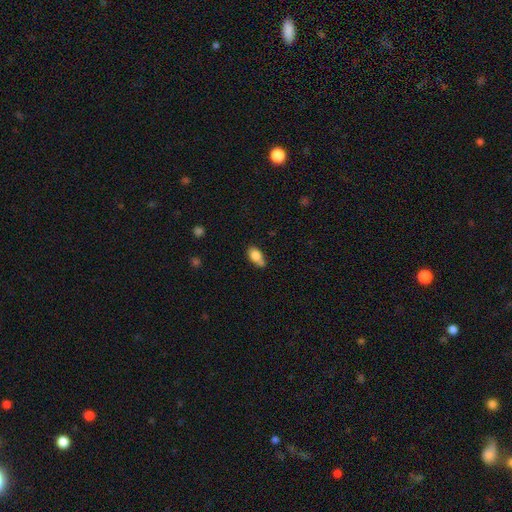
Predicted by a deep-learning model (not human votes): smooth_or_featured: smooth (p=0.81) [alt: featured or disk p=0.11]
how_rounded: in between (p=0.85) [alt: round p=0.10]
merging: none (p=0.44) [alt: minor disturbance p=0.33]